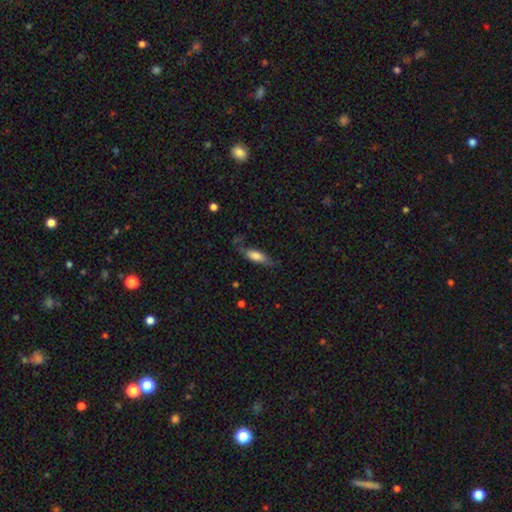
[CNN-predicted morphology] A smooth galaxy with no disk features (71%) that is in between round and cigar-shaped (64%).

Vote fractions:
- Smooth or featured? smooth: 71% / featured or disk: 22% / star or artifact: 7%
- How rounded? in between: 64% / cigar-shaped: 34% / round: 2%
- Merging? none: 58% / minor disturbance: 27% / major disturbance: 12% / merger: 3%